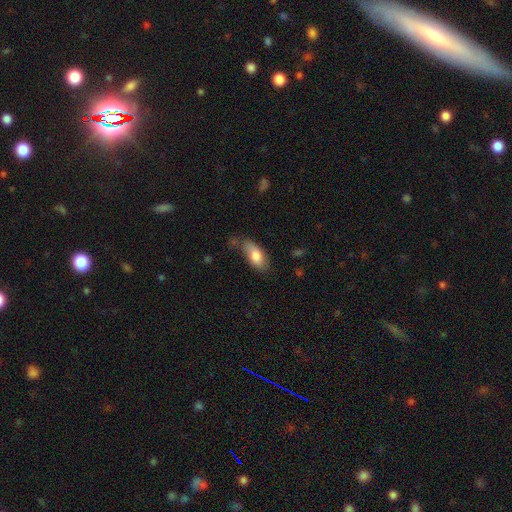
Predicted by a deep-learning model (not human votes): A smooth galaxy with no disk features (78%) that is in between round and cigar-shaped (87%). Merging: none (60%).